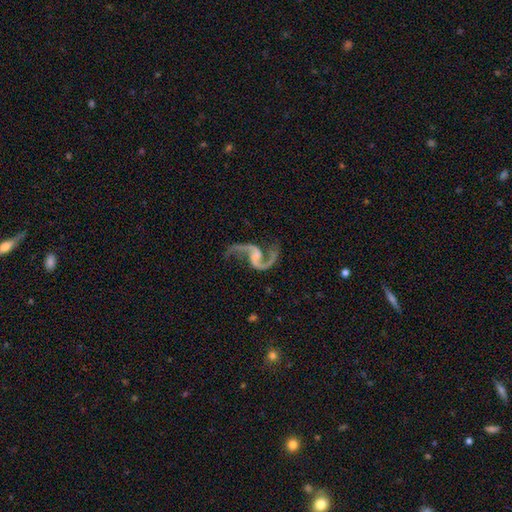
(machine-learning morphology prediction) type=featured or disk (93%); edge-on=no (98%); bar=weak (43%); spiral arms=yes (98%); winding=loose (73%); arm count=2 (94%); bulge=none (42%); merging=none (69%).